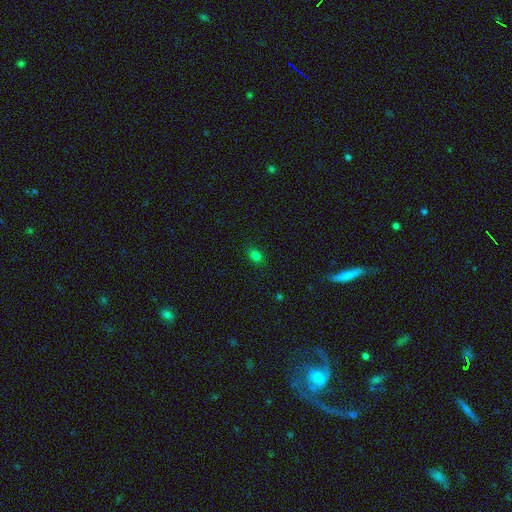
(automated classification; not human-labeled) This appears to be a smooth galaxy with no disk features (78%) that is in between round and cigar-shaped (72%). Merging: none (86%).